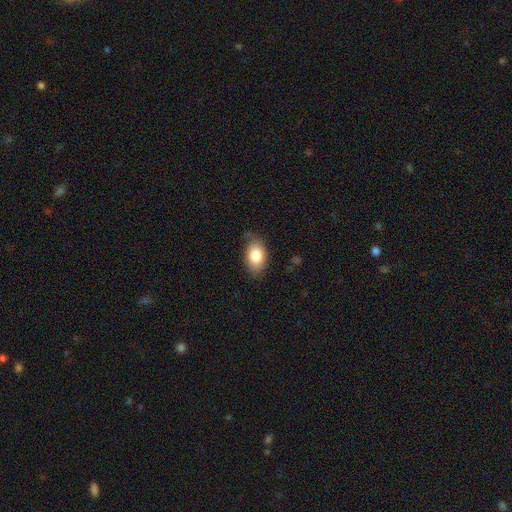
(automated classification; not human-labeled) The model was most divided on "merging": none: 66%, minor disturbance: 25%, major disturbance: 7%, merger: 2%. More confident: how rounded — in between (92%); smooth or featured — smooth (81%).